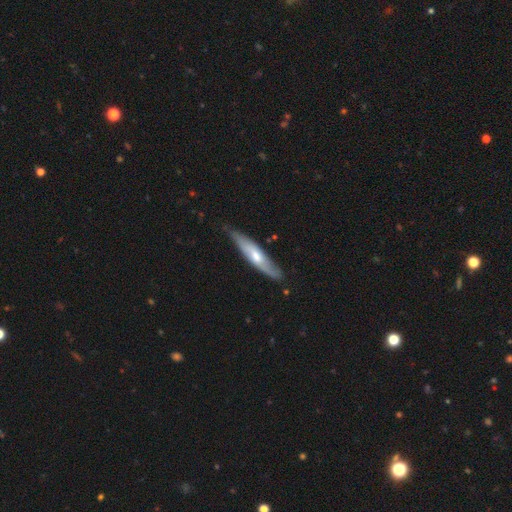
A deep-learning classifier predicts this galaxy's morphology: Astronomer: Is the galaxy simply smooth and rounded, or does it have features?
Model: featured or disk — 50% (runner-up: smooth, 44%).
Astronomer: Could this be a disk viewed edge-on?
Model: yes — 69%.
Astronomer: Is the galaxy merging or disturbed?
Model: none — 79%.